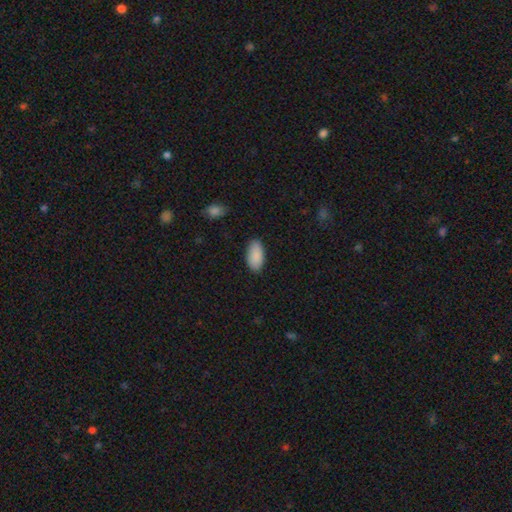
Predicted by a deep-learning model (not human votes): Morphology: type=smooth (90%); roundness=in between (94%); merging=none (87%).